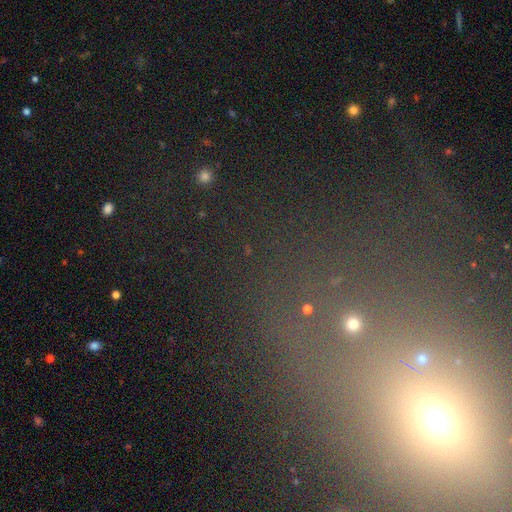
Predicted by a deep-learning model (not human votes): A star or artifact, not a galaxy (63%).

Vote fractions:
- Smooth or featured? star or artifact: 63% / smooth: 23% / featured or disk: 14%